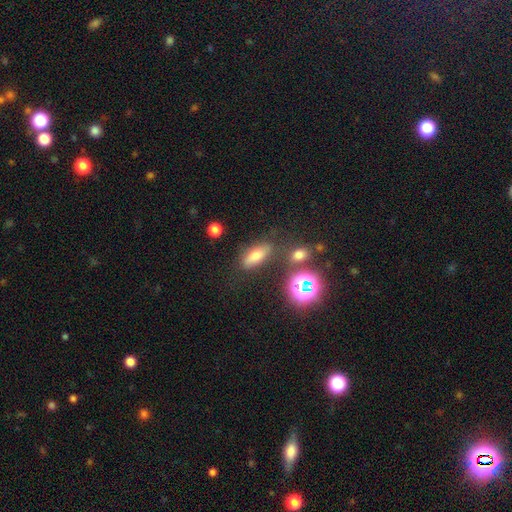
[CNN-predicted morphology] Smooth or featured? smooth (61%)
How rounded? in between (62%)
Merging? none (75%)